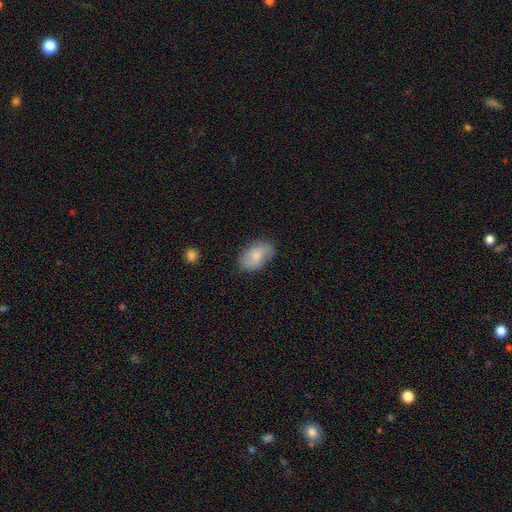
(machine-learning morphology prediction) Smooth or featured?
  - smooth: 68% *
  - featured or disk: 25%
  - star or artifact: 7%
How rounded?
  - in between: 90% *
  - round: 8%
  - cigar-shaped: 2%
Merging?
  - none: 72% *
  - minor disturbance: 21%
  - major disturbance: 5%
  - merger: 2%